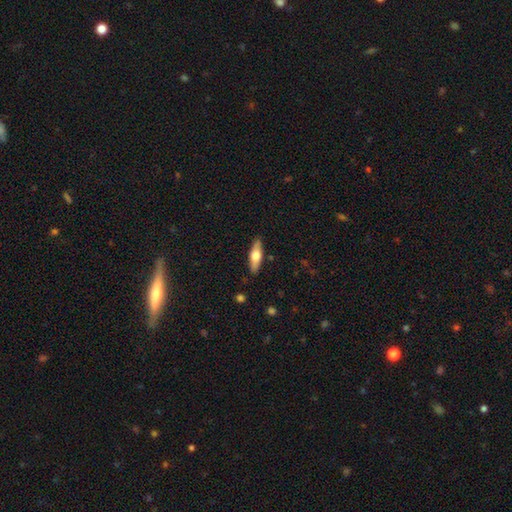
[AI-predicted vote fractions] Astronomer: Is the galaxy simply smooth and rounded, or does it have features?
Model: smooth — 52% (runner-up: featured or disk, 42%).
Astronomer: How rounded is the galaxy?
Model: cigar-shaped — 55% (runner-up: in between, 43%).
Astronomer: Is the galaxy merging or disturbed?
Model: none — 87%.